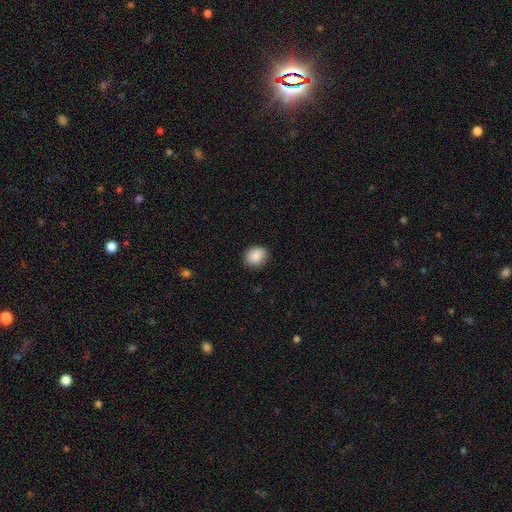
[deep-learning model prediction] The model was most divided on "how rounded": round: 54%, in between: 46%, cigar-shaped: 1%. More confident: smooth or featured — smooth (89%); merging — none (87%).